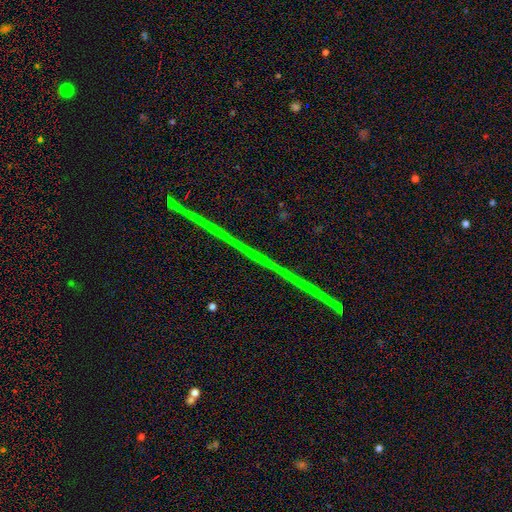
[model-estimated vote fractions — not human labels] Smooth or featured?
  - star or artifact: 84% *
  - featured or disk: 10%
  - smooth: 6%